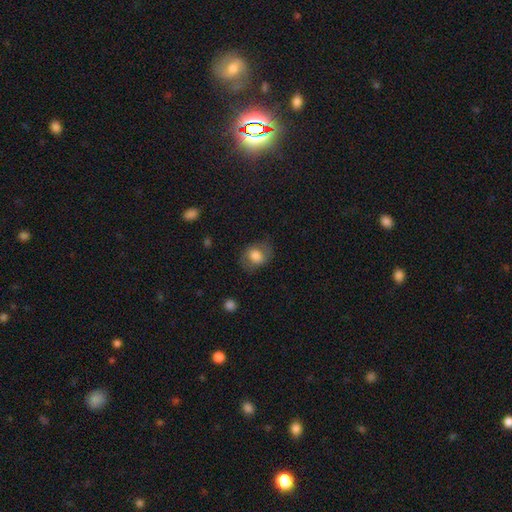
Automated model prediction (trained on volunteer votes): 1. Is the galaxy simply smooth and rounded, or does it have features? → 70% smooth, 22% featured or disk, 8% star or artifact.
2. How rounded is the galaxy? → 55% in between, 44% round, 1% cigar-shaped.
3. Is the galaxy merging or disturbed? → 72% none, 18% minor disturbance, 9% major disturbance, 1% merger.